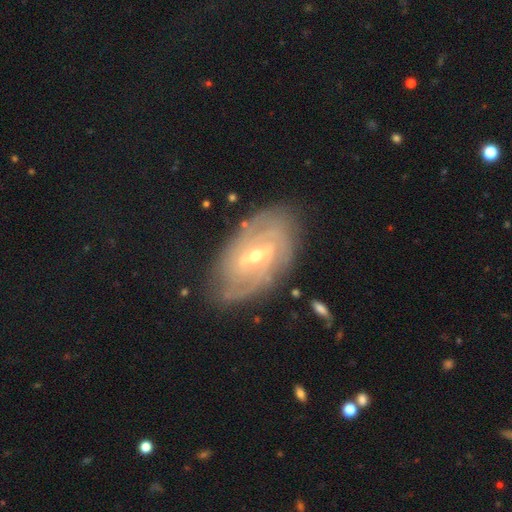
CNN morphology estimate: Smooth or featured? featured or disk (86%)
Edge-on disk? no (94%)
Bar? weak (48%)
Spiral arms? yes (94%)
Spiral winding? tight (68%)
Spiral arm count? can't tell (34%)
Bulge size? small (56%)
Merging? none (78%)